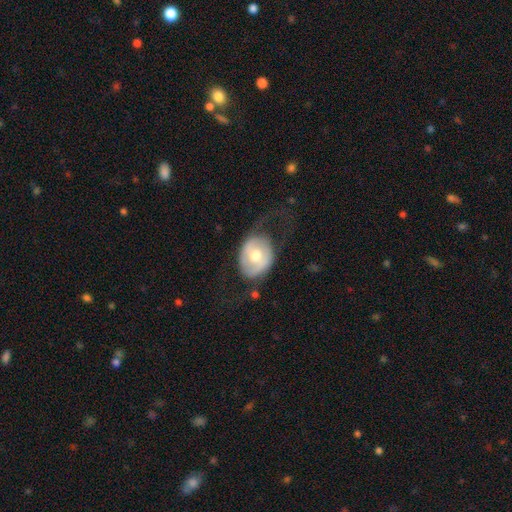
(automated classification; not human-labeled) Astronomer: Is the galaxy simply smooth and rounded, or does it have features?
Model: featured or disk — 48% (runner-up: smooth, 46%).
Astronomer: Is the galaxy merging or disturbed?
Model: none — 46% (runner-up: major disturbance, 28%).